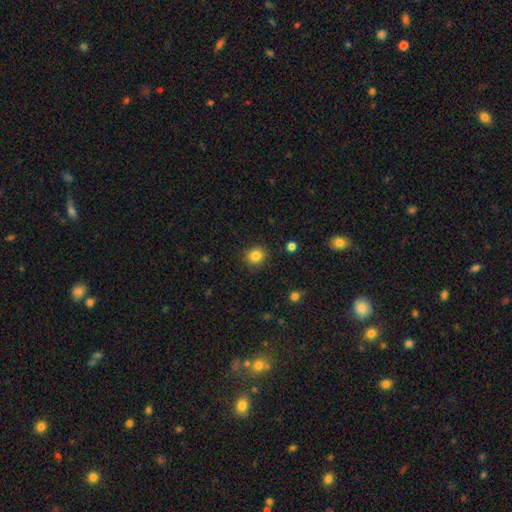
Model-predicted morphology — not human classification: type=smooth (84%); roundness=round (85%); merging=none (90%).